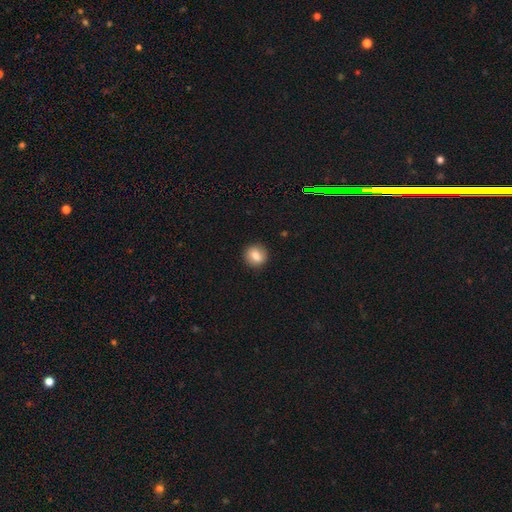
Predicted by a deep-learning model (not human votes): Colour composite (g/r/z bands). It shows a smooth galaxy with no disk features (81%) that is round (82%). Merging: none (89%).